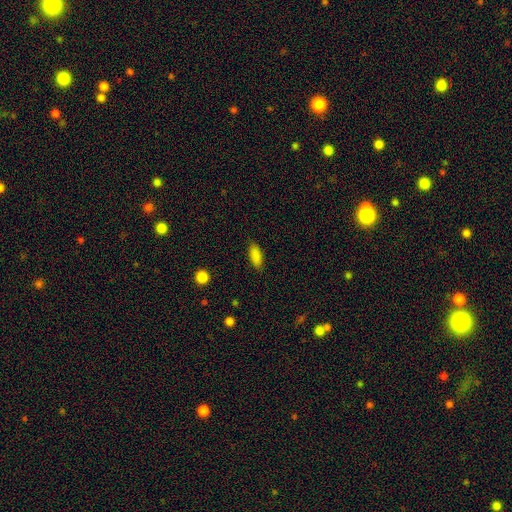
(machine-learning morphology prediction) Smooth or featured? Predicted: smooth (p=0.87). How rounded? Predicted: in between (p=0.78). Merging? Predicted: none (p=0.86).